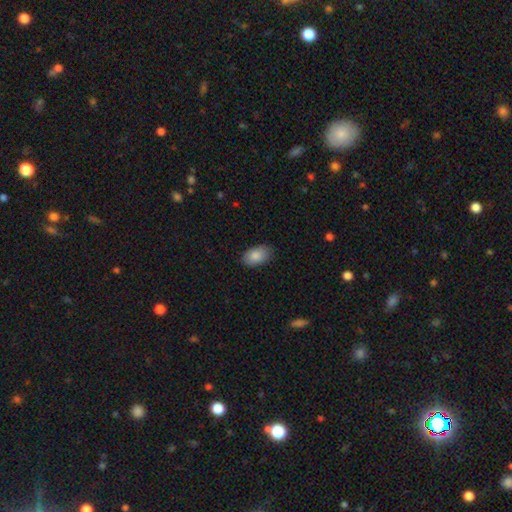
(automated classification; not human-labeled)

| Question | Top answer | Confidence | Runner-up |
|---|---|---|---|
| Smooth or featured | smooth | 87% | star or artifact (7%) |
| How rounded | in between | 93% | round (6%) |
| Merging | none | 84% | minor disturbance (12%) |